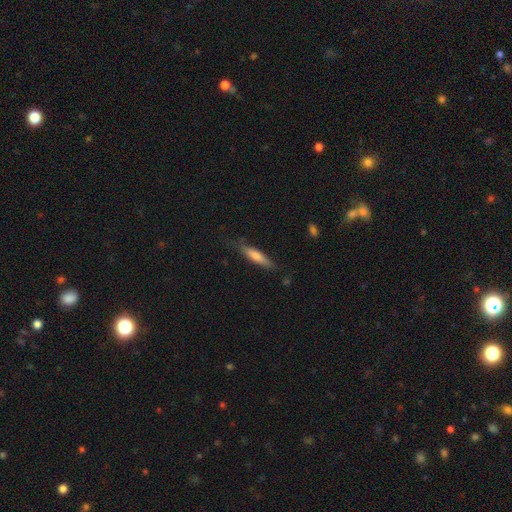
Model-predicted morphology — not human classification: A smooth galaxy with no disk features (60%) that is cigar-shaped (85%). Merging: none (76%).